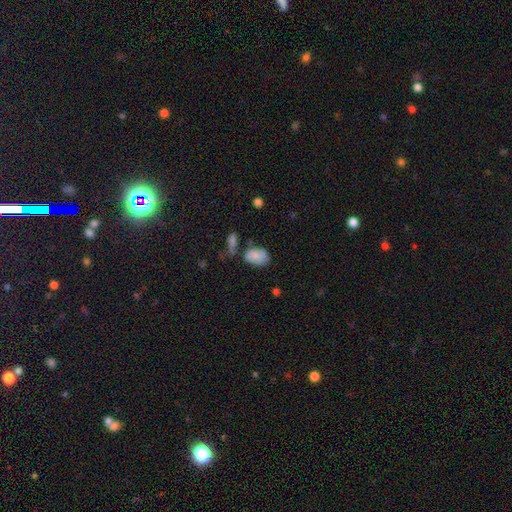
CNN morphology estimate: A smooth galaxy with no disk features (79%) that is in between round and cigar-shaped (86%). Merging: none (49%).